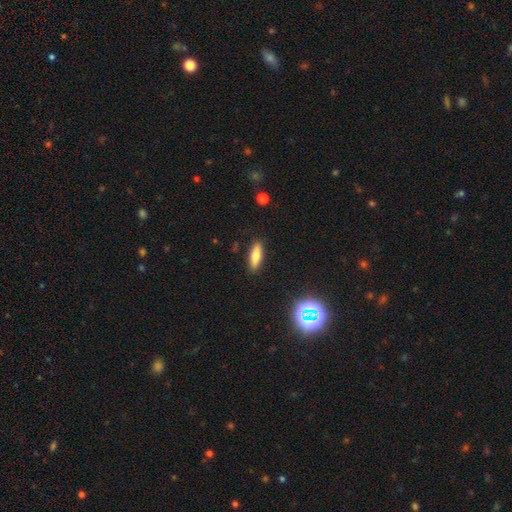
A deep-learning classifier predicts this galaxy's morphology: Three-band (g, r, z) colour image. It shows a smooth galaxy with no disk features (77%) that is cigar-shaped (52%). Merging: none (88%).